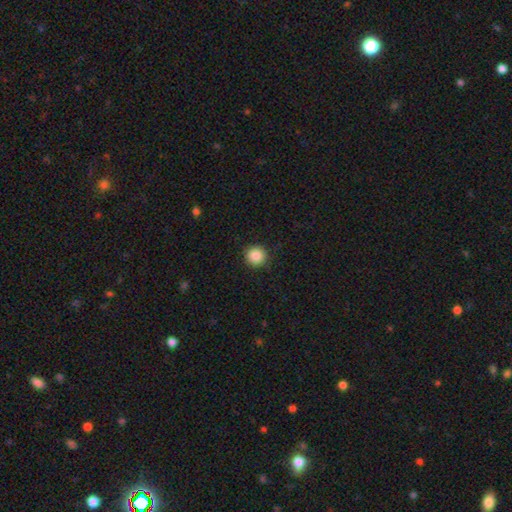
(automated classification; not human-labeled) This appears to be a smooth galaxy with no disk features (88%) that is round (95%). Merging: none (92%).